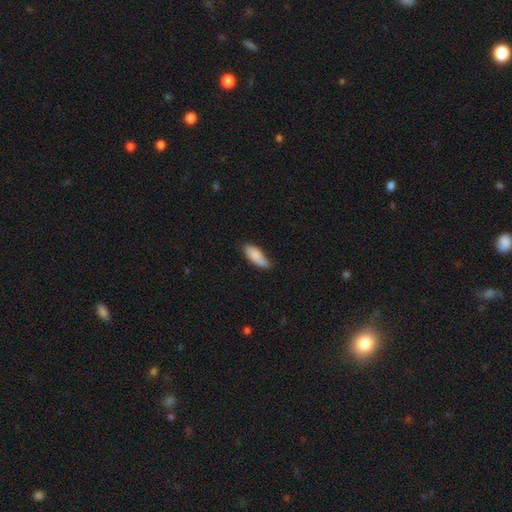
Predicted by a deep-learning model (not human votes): Smooth or featured?
  - smooth: 84% *
  - featured or disk: 10%
  - star or artifact: 6%
How rounded?
  - in between: 72% *
  - cigar-shaped: 26%
  - round: 2%
Merging?
  - none: 61% *
  - minor disturbance: 31%
  - major disturbance: 6%
  - merger: 3%